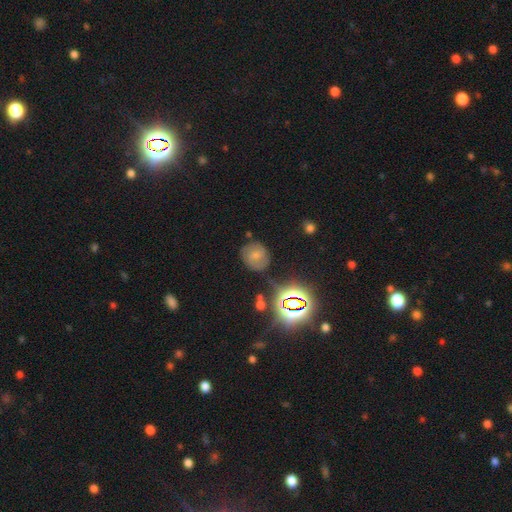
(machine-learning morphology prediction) The model was most divided on "smooth or featured": smooth: 46%, featured or disk: 36%, star or artifact: 18%. More confident: merging — none (69%).